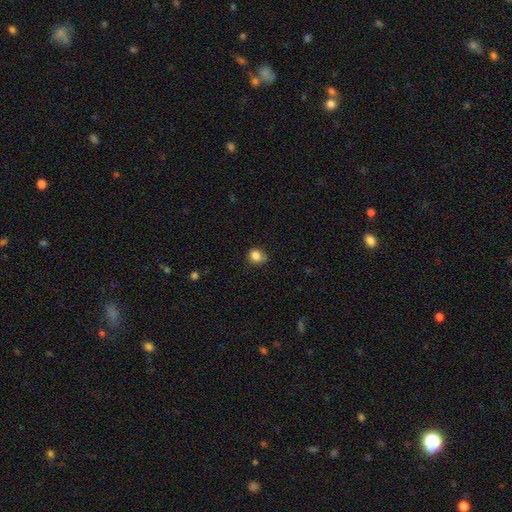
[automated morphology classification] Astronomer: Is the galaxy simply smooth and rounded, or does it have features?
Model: smooth — 85%.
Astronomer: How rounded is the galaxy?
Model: round — 69%.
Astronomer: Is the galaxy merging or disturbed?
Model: none — 66%.